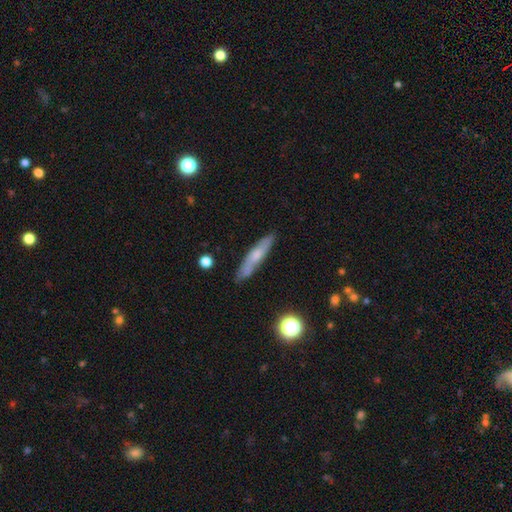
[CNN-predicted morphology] smooth_or_featured: smooth (p=0.52) [alt: featured or disk p=0.40]
how_rounded: cigar-shaped (p=0.86) [alt: in between p=0.12]
merging: none (p=0.82) [alt: minor disturbance p=0.13]